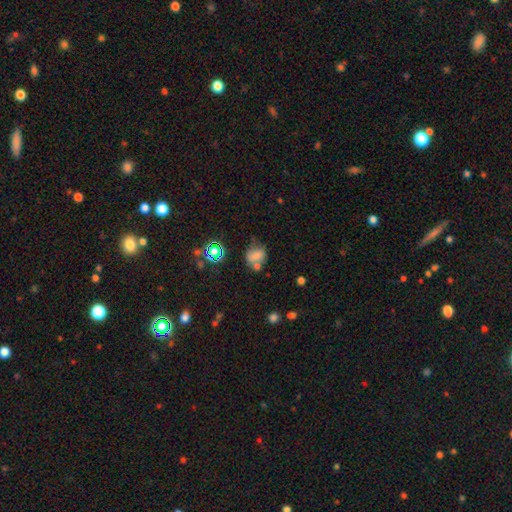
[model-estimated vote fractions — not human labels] Smooth or featured: smooth — 68% (star or artifact — 18%)
How rounded: round — 53% (in between — 45%)
Merging: none — 50% (merger — 23%)